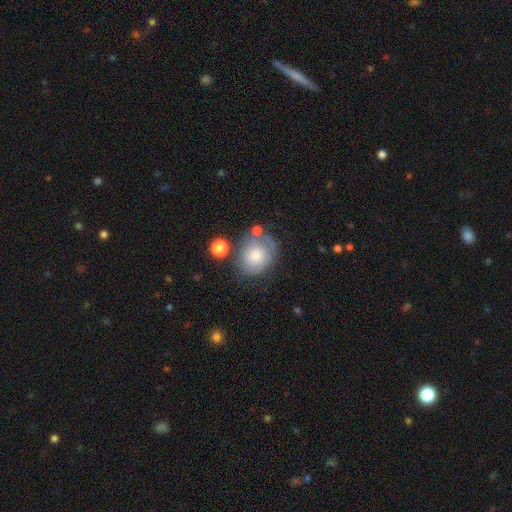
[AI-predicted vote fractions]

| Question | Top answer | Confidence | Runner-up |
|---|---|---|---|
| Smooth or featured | smooth | 63% | featured or disk (29%) |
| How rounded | round | 65% | in between (35%) |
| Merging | none | 46% | minor disturbance (27%) |